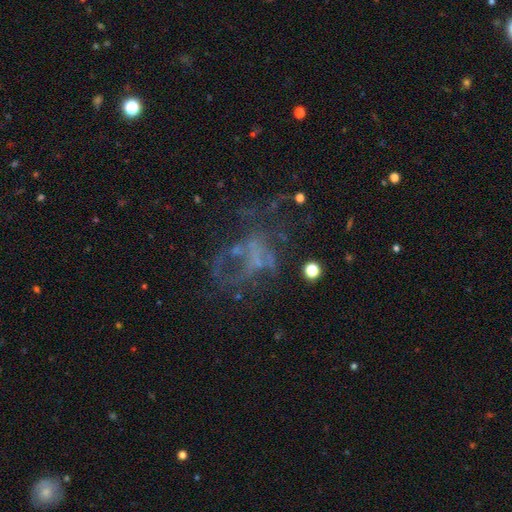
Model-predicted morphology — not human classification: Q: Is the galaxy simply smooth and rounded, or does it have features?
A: featured or disk — 58%.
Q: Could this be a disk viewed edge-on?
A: no — 98%.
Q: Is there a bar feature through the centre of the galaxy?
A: no — 84%.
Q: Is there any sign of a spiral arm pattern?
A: no — 80%.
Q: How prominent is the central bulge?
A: none — 75%.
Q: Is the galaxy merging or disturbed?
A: major disturbance — 45%.